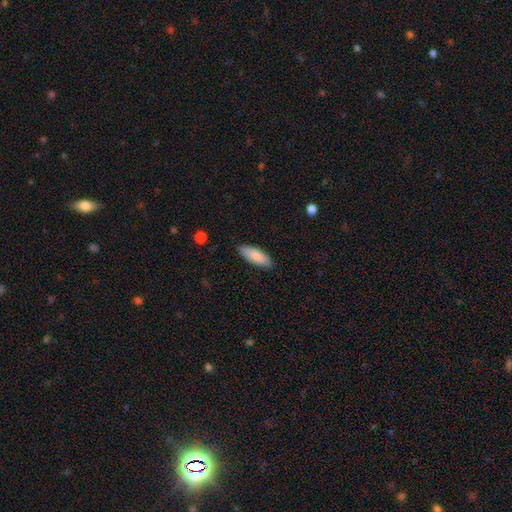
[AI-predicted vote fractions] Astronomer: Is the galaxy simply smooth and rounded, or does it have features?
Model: smooth — 85%.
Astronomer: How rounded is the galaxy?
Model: in between — 68%.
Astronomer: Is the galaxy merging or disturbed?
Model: none — 85%.